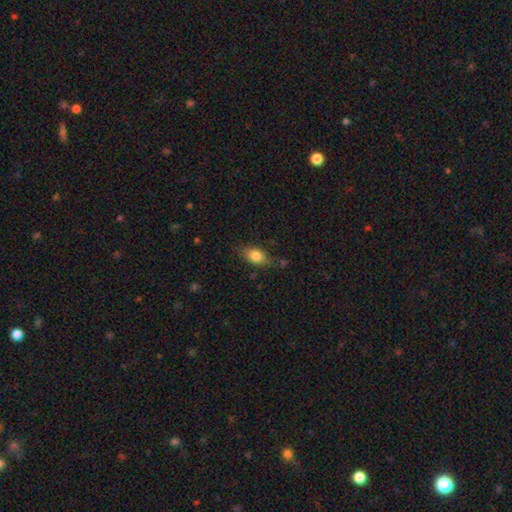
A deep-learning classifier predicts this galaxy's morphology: Smooth or featured: smooth — 80% (featured or disk — 11%)
How rounded: in between — 80% (round — 14%)
Merging: none — 73% (minor disturbance — 20%)